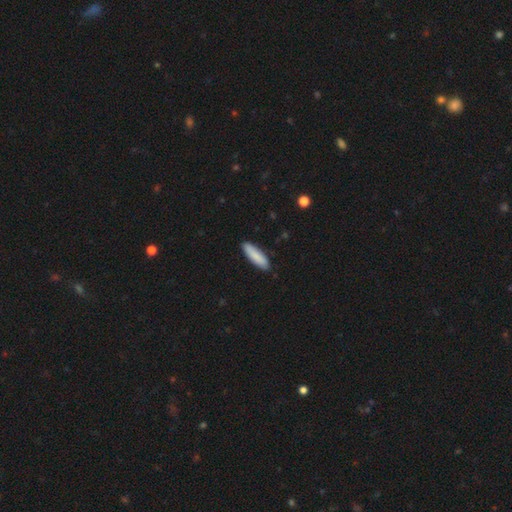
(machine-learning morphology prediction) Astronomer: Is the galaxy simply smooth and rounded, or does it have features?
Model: smooth — 87%.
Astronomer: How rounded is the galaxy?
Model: cigar-shaped — 63%.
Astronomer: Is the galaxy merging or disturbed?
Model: none — 88%.